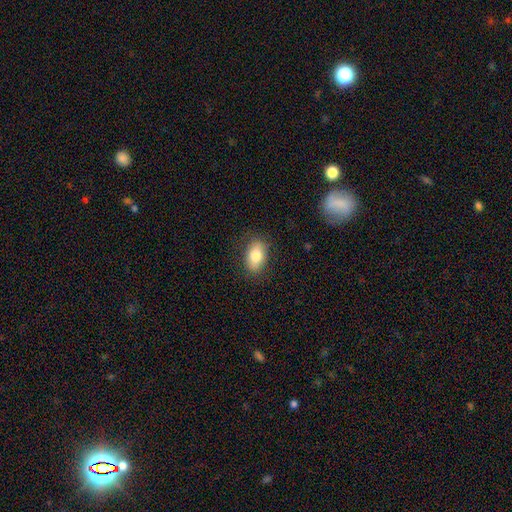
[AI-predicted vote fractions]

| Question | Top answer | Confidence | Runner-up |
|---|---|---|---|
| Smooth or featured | smooth | 79% | featured or disk (13%) |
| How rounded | in between | 88% | round (9%) |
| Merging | none | 84% | minor disturbance (12%) |